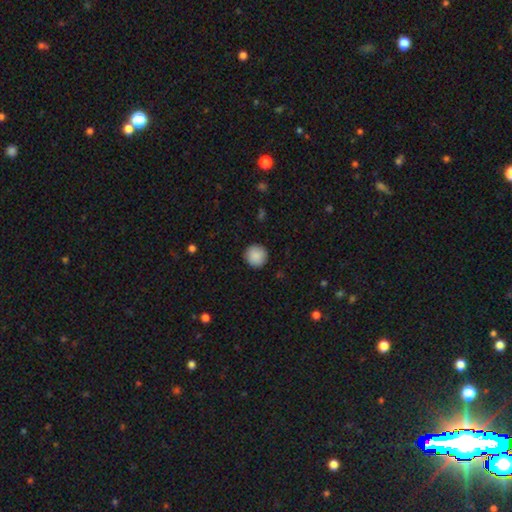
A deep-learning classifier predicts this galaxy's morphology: This is clearly a smooth galaxy (89%). How rounded: clearly round (95%). Merging: clearly none (92%).